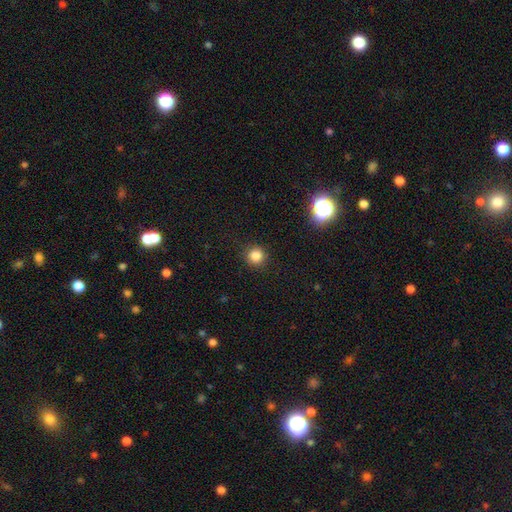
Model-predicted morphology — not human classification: smooth_or_featured: smooth (p=0.84) [alt: star or artifact p=0.12]
how_rounded: round (p=0.94) [alt: in between p=0.05]
merging: none (p=0.91) [alt: minor disturbance p=0.06]